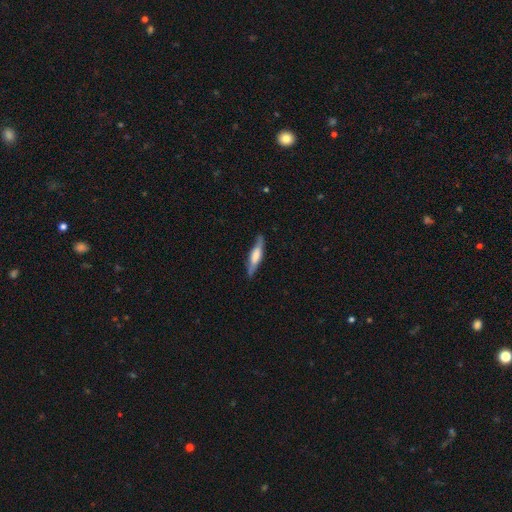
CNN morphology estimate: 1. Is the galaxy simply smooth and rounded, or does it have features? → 47% smooth (tied), 47% featured or disk (tied), 6% star or artifact.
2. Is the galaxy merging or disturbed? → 82% none, 14% minor disturbance, 3% major disturbance, 1% merger.